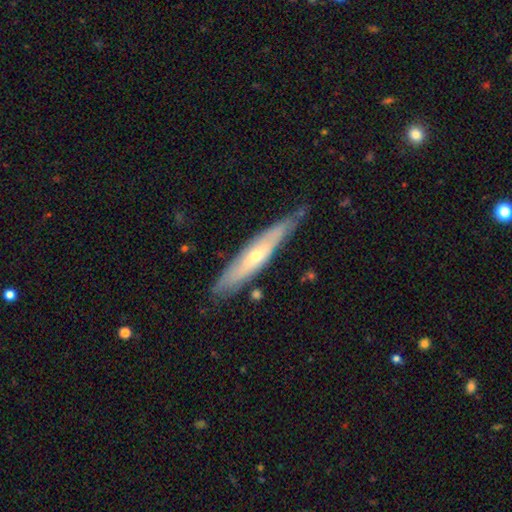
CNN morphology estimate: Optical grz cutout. It shows a featured or disk galaxy (62%) viewed edge-on (76%). Merging: none (77%).